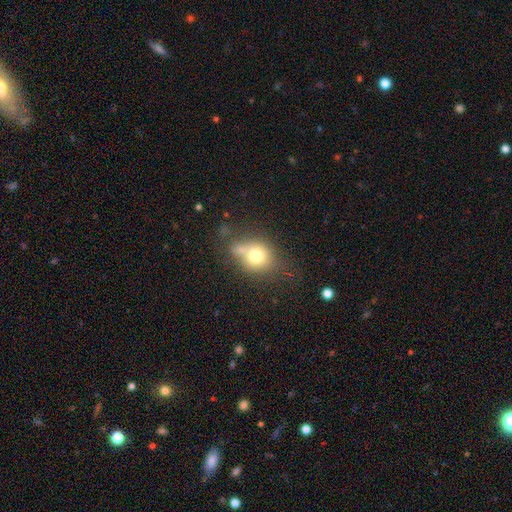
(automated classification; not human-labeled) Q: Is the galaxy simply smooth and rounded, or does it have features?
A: smooth — 70%.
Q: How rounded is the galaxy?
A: round — 57%.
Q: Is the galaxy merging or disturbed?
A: none — 42%.